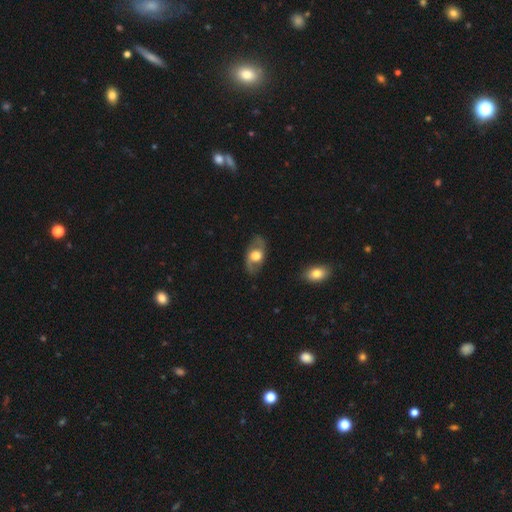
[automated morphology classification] Smooth or featured?
  - featured or disk: 61% *
  - smooth: 33%
  - star or artifact: 6%
Edge-on disk?
  - no: 85% *
  - yes: 15%
Bar?
  - no: 67% *
  - weak: 26%
  - strong: 7%
Spiral arms?
  - yes: 67% *
  - no: 33%
Bulge size?
  - large: 51% *
  - moderate: 39%
  - dominant: 5%
  - small: 4%
  - none: 1%
Merging?
  - none: 78% *
  - minor disturbance: 15%
  - major disturbance: 6%
  - merger: 1%